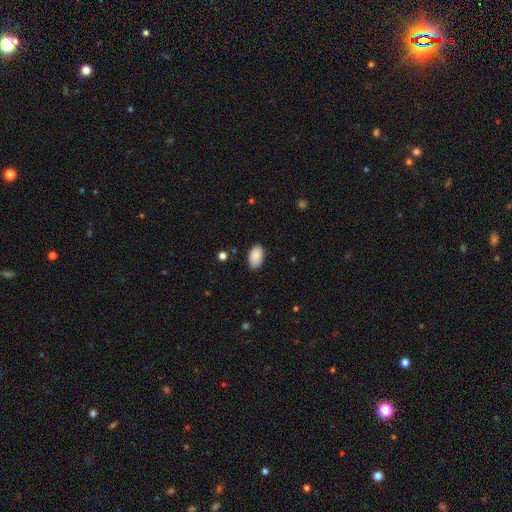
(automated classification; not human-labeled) Smooth or featured?
  - smooth: 89% *
  - star or artifact: 7%
  - featured or disk: 4%
How rounded?
  - in between: 94% *
  - round: 4%
  - cigar-shaped: 1%
Merging?
  - none: 84% *
  - minor disturbance: 13%
  - major disturbance: 2%
  - merger: 1%